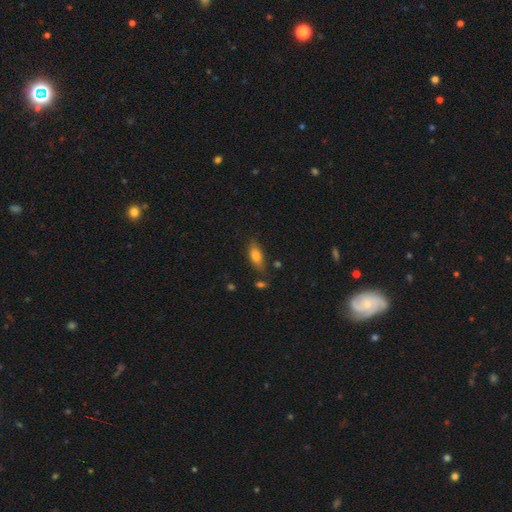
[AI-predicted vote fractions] Overall: smooth (78%). How rounded: in between (77%). Merging: none (72%).